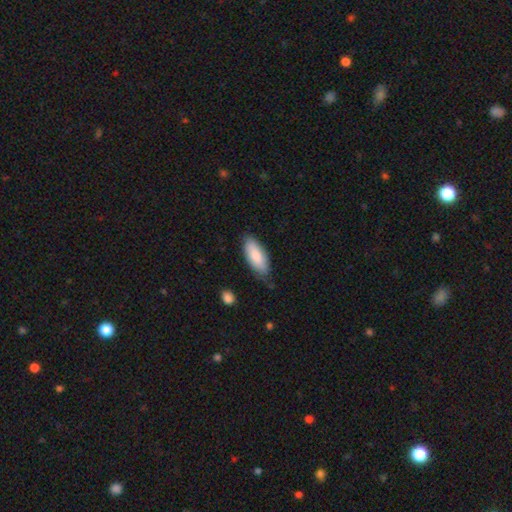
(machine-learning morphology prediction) A smooth galaxy with no disk features (86%) that is in between round and cigar-shaped (82%).

Vote fractions:
- Smooth or featured? smooth: 86% / featured or disk: 9% / star or artifact: 5%
- How rounded? in between: 82% / cigar-shaped: 17% / round: 2%
- Merging? none: 74% / minor disturbance: 21% / major disturbance: 4% / merger: 2%